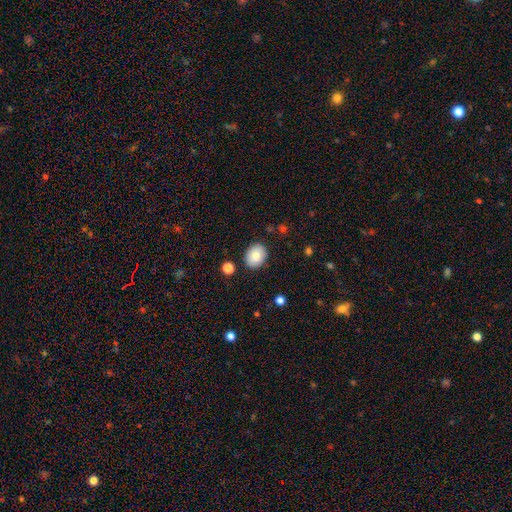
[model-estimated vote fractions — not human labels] A smooth galaxy with no disk features (79%) that is in between round and cigar-shaped (56%). Merging: none (86%).